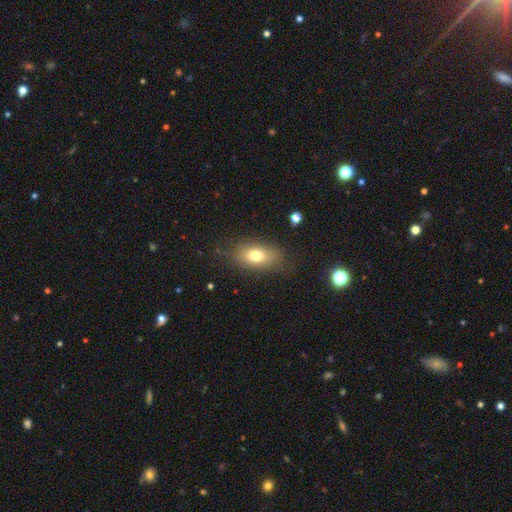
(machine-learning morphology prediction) A smooth galaxy with no disk features (74%) that is in between round and cigar-shaped (85%).

Vote fractions:
- Smooth or featured? smooth: 74% / featured or disk: 16% / star or artifact: 10%
- How rounded? in between: 85% / round: 10% / cigar-shaped: 5%
- Merging? none: 77% / minor disturbance: 15% / major disturbance: 6% / merger: 2%